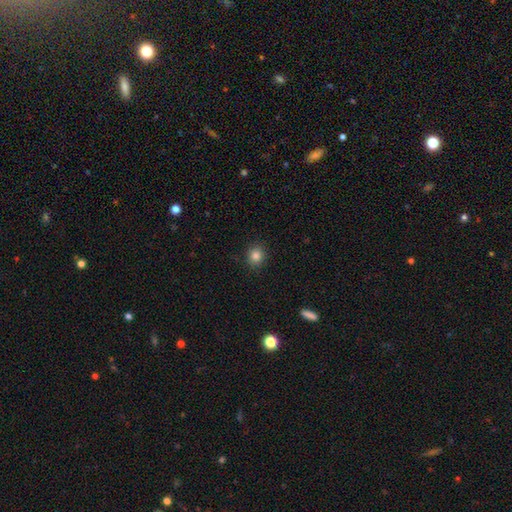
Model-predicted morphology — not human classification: smooth-or-featured: smooth: 84% | star or artifact: 11% | featured or disk: 5%
  how-rounded: round: 79% | in between: 20% | cigar-shaped: 1%
  merging: none: 90% | minor disturbance: 7% | major disturbance: 2% | merger: 1%